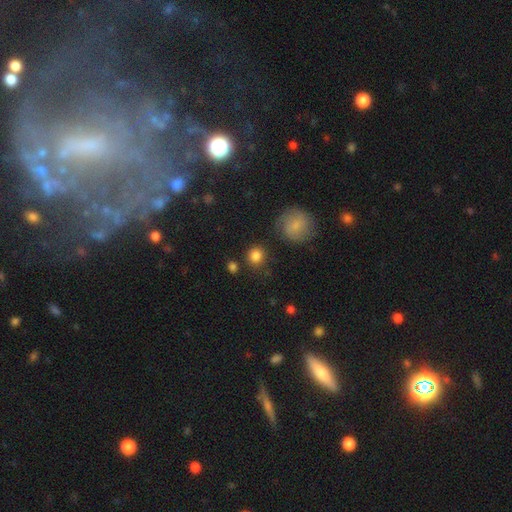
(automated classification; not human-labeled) Overall: smooth (84%). How rounded: round (90%). Merging: none (82%).